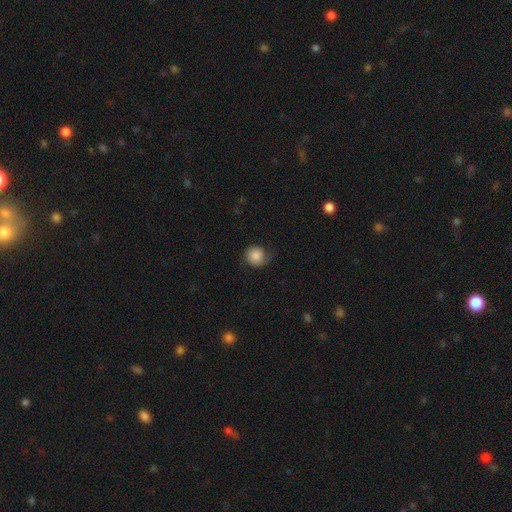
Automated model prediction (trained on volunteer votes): A smooth galaxy with no disk features (78%) that is round (85%). Merging: none (58%).